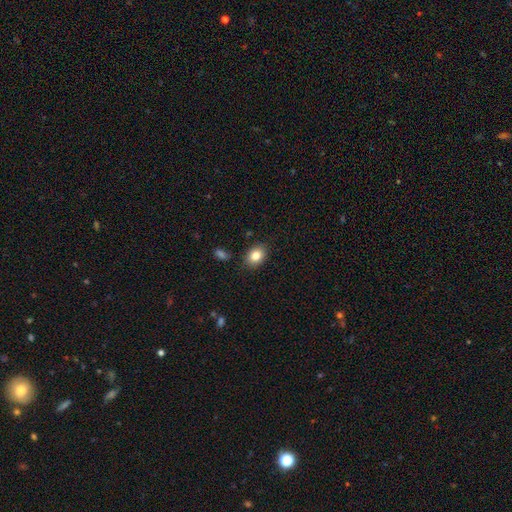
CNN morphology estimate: type=smooth (83%); roundness=in between (70%); merging=none (85%).